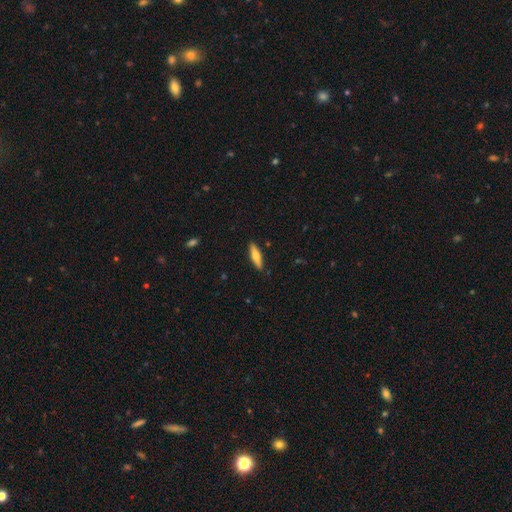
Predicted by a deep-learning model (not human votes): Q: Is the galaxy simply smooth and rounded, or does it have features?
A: smooth — 59%.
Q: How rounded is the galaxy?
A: cigar-shaped — 63%.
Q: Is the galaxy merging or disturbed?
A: none — 87%.